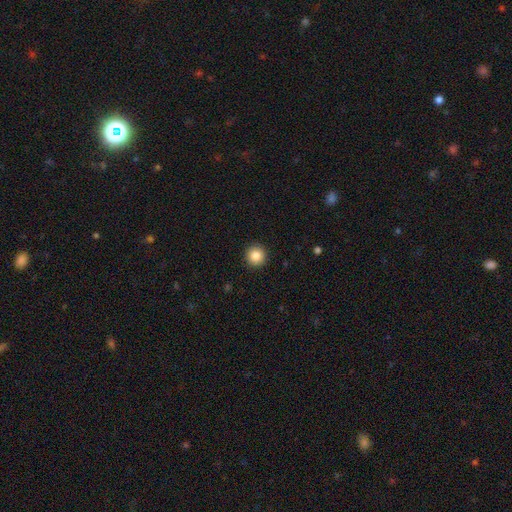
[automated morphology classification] smooth-or-featured: smooth: 86% | star or artifact: 9% | featured or disk: 5%
  how-rounded: round: 95% | in between: 4% | cigar-shaped: 1%
  merging: none: 93% | minor disturbance: 5% | major disturbance: 2% | merger: 1%